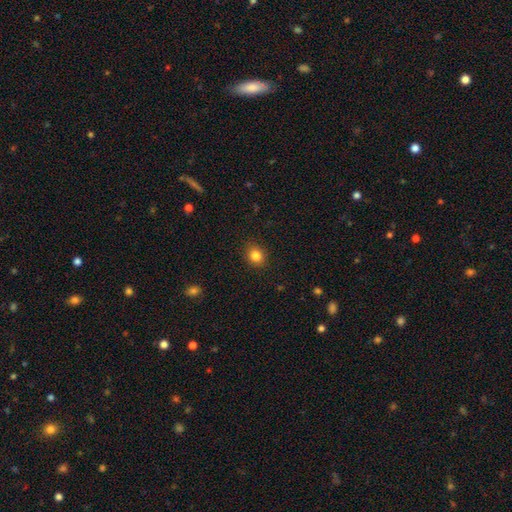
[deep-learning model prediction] A smooth galaxy with no disk features (84%) that is round (71%). Merging: none (89%).